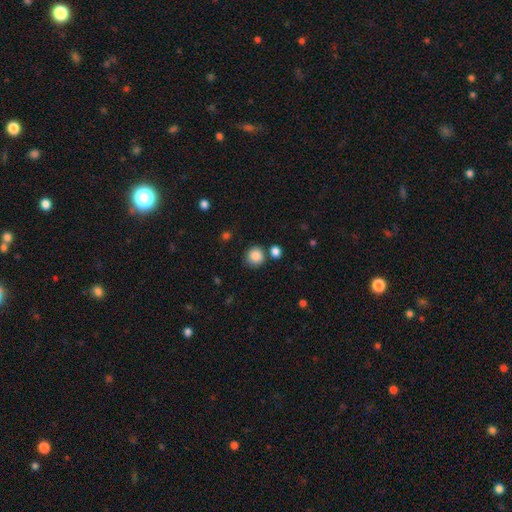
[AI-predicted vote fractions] Morphology: type=smooth (87%); roundness=round (89%); merging=none (72%).